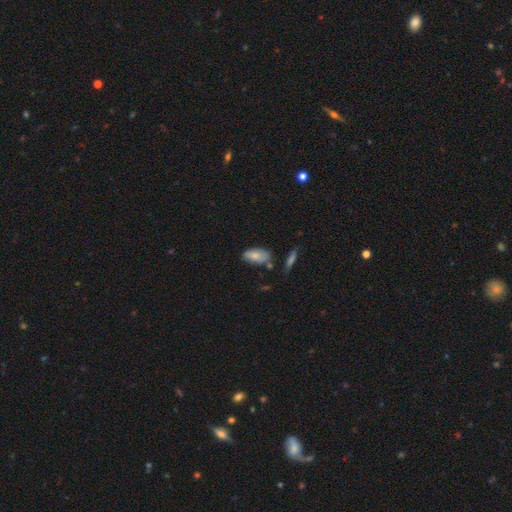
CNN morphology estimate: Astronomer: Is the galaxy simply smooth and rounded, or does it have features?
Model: smooth — 77%.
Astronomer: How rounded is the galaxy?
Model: in between — 92%.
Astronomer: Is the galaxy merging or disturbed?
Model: none — 66%.